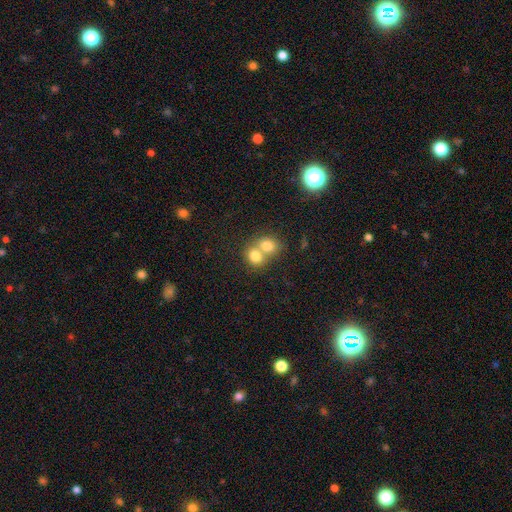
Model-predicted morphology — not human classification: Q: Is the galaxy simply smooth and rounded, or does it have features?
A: smooth — 77%.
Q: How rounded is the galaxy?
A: round — 60%.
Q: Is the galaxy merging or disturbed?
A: merger — 68%.